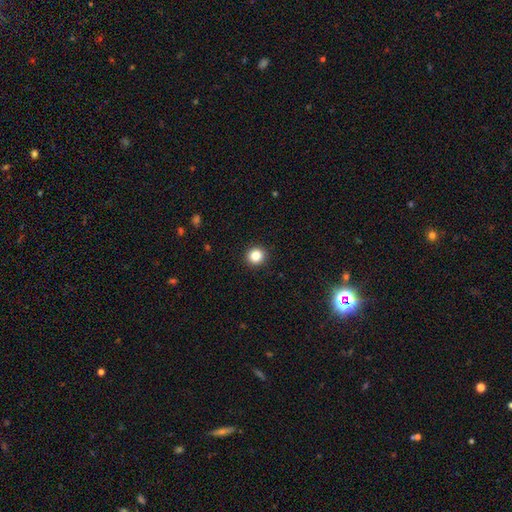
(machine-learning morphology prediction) Smooth or featured? smooth (84%)
How rounded? round (91%)
Merging? none (93%)